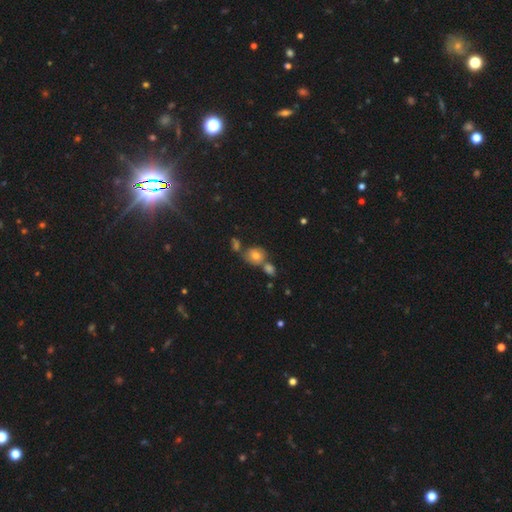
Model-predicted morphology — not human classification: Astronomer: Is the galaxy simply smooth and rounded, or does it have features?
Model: smooth — 62%.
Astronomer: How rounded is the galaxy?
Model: round — 67%.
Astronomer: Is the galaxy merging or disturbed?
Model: none — 53%.